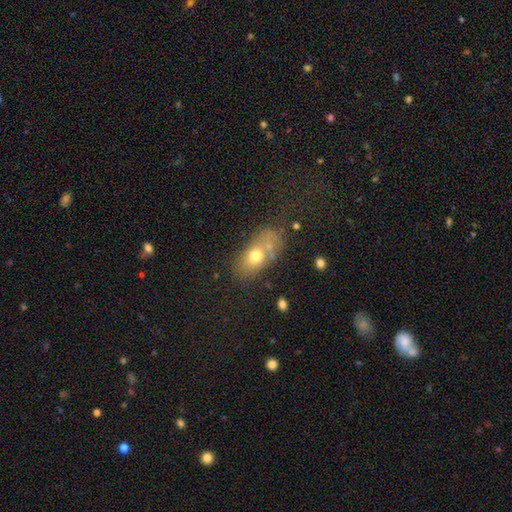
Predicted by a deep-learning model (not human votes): A smooth galaxy with no disk features (67%) that is in between round and cigar-shaped (80%). Merging: none (40%).